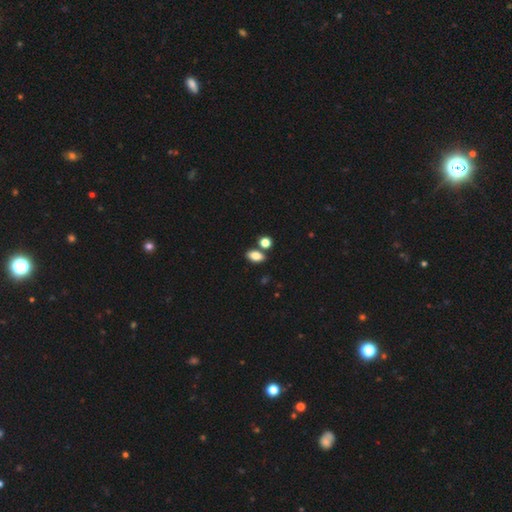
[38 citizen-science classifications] Q: Smooth or featured?
A: smooth (89%); runner-up: star or artifact (8%)
Q: How rounded?
A: in between (85%); runner-up: round (15%)
Q: Merging?
A: none (71%); runner-up: merger (17%)